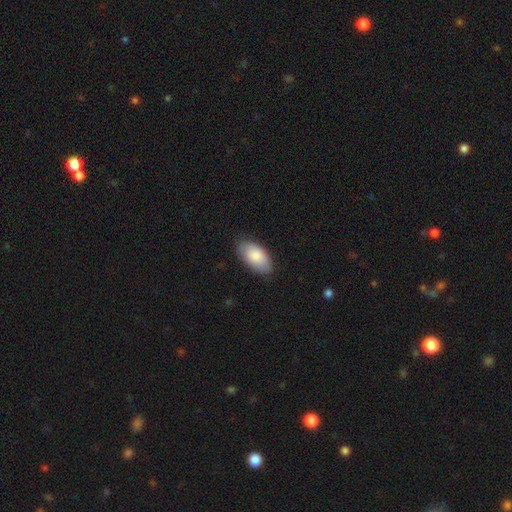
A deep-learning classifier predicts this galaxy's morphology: This is clearly a smooth galaxy (83%). How rounded: clearly in between (95%). Merging: clearly none (81%).